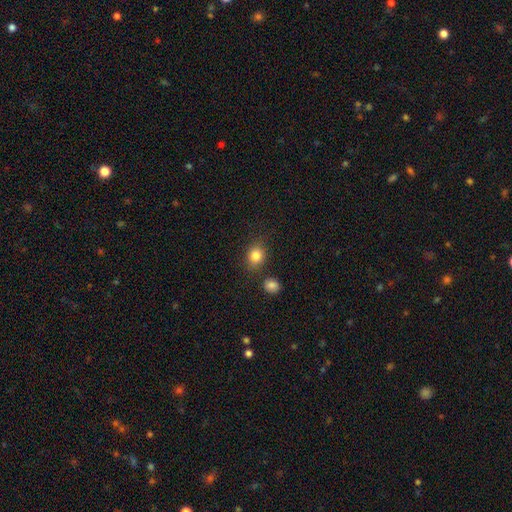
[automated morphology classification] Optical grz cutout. It shows a smooth galaxy with no disk features (84%) that is round (62%). Merging: none (78%).